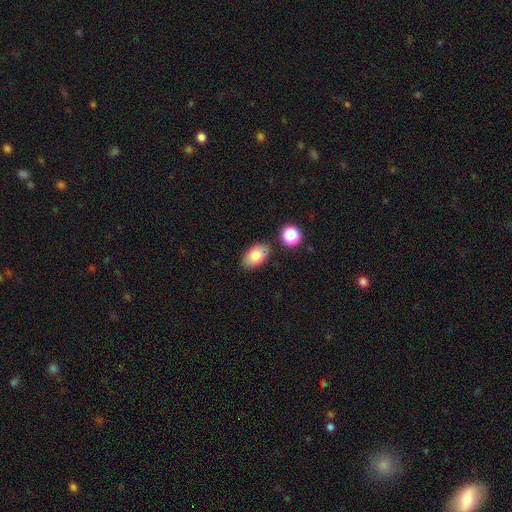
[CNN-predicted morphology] A smooth galaxy with no disk features (82%) that is in between round and cigar-shaped (87%). Merging: none (76%).